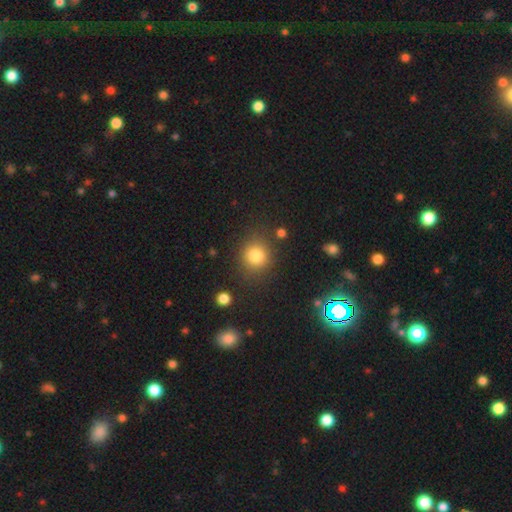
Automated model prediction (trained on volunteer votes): Smooth or featured? smooth (82%)
How rounded? round (84%)
Merging? none (81%)